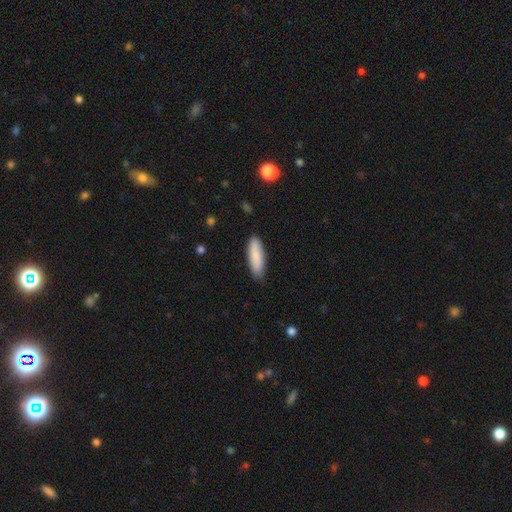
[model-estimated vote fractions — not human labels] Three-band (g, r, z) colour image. It shows a smooth galaxy with no disk features (87%) that is cigar-shaped (53%). Merging: none (84%).